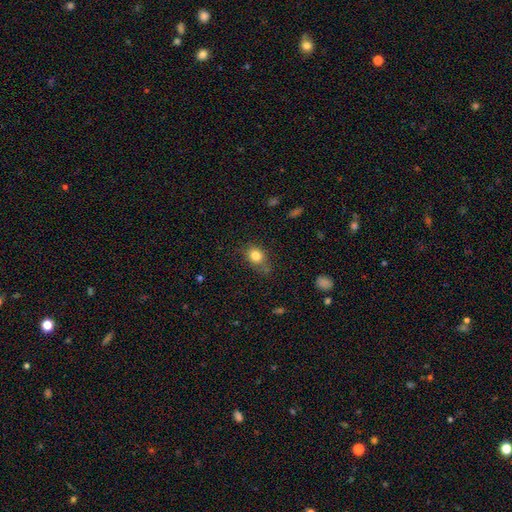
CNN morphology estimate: smooth_or_featured: smooth (p=0.82) [alt: star or artifact p=0.10]
how_rounded: round (p=0.56) [alt: in between p=0.42]
merging: none (p=0.66) [alt: minor disturbance p=0.23]